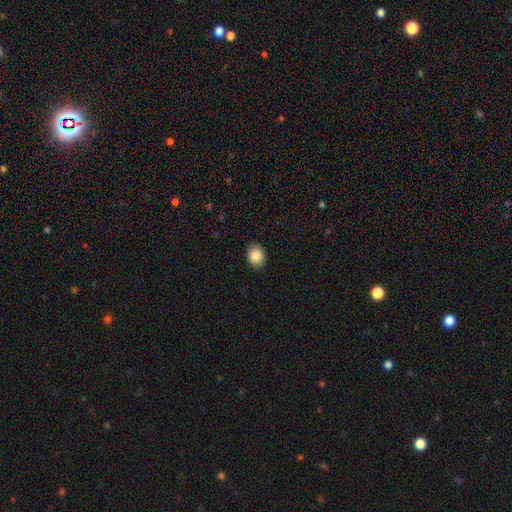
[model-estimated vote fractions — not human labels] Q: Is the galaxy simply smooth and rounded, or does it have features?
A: smooth — 87%.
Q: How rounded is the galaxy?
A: in between — 56%.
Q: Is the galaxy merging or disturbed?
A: none — 90%.